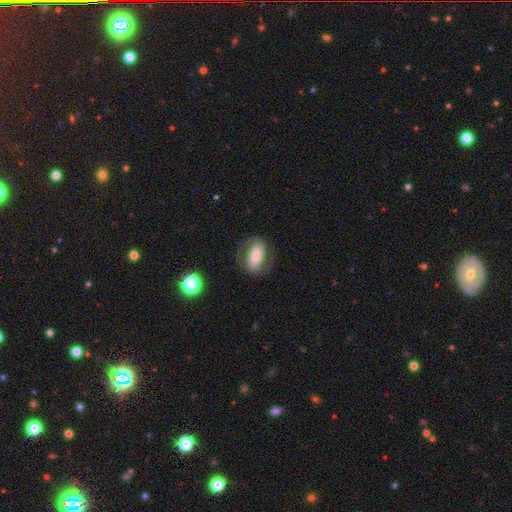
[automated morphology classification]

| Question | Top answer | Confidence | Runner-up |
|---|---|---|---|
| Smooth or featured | featured or disk | 48% | smooth (44%) |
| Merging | none | 73% | minor disturbance (15%) |